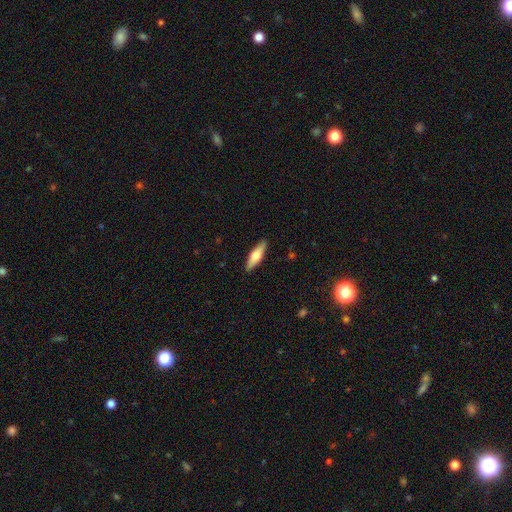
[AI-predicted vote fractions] This appears to be a smooth galaxy with no disk features (59%) that is cigar-shaped (59%). Merging: none (90%).